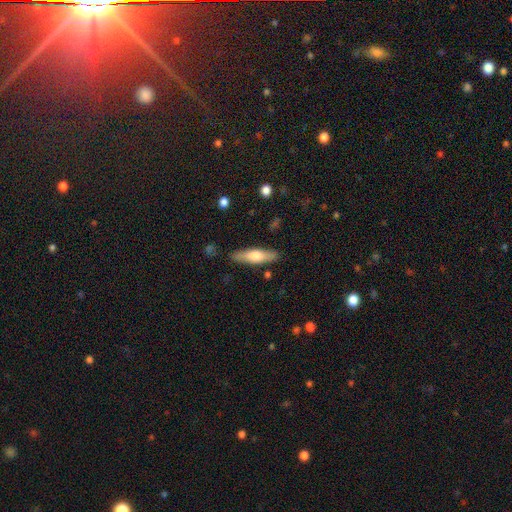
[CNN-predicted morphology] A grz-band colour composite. It shows a smooth galaxy with no disk features (60%) that is cigar-shaped (64%). Merging: none (86%).